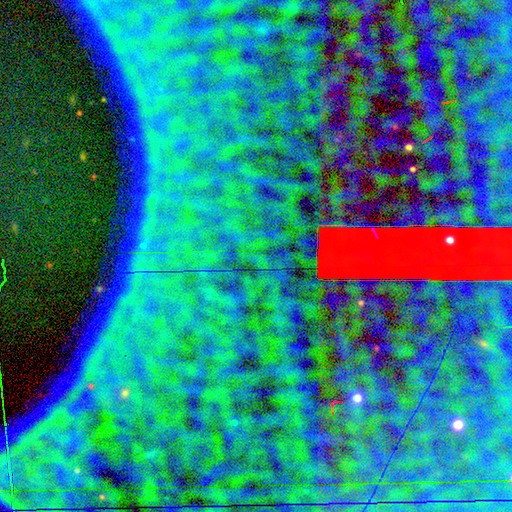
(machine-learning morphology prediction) Smooth or featured? Predicted: star or artifact (p=0.87).